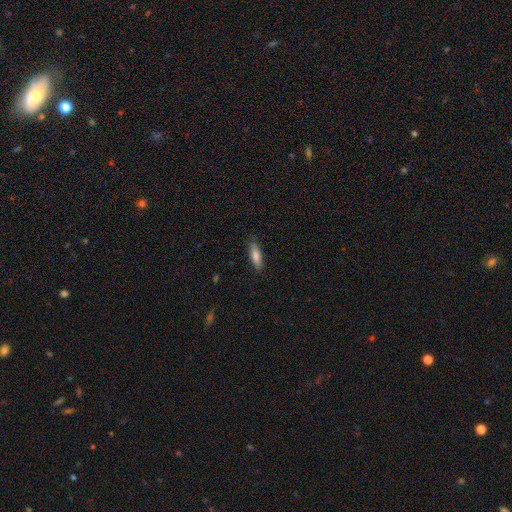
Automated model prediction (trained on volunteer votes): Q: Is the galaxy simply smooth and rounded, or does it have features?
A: smooth — 79%.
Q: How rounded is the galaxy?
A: cigar-shaped — 55%.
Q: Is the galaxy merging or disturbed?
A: none — 82%.